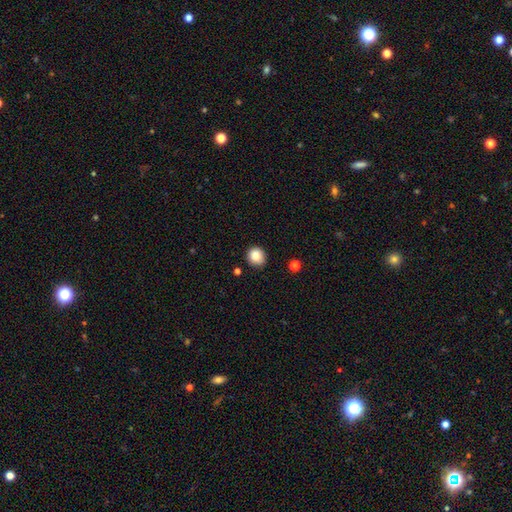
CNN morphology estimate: The model was most divided on "how rounded": round: 84%, in between: 15%, cigar-shaped: 1%. More confident: smooth or featured — smooth (87%); merging — none (85%).